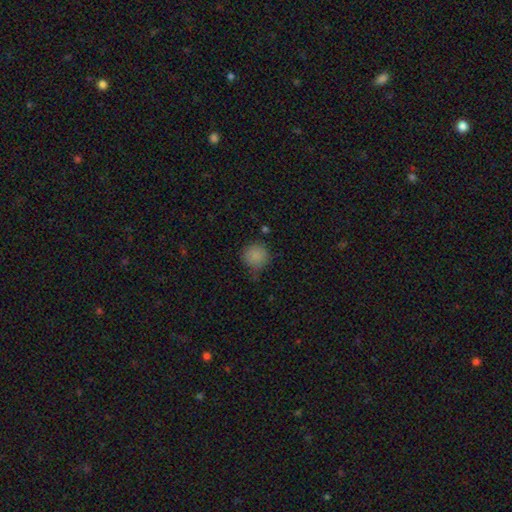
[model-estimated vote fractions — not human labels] smooth-or-featured: smooth: 86% | star or artifact: 10% | featured or disk: 5%
  how-rounded: round: 91% | in between: 8% | cigar-shaped: 1%
  merging: none: 68% | minor disturbance: 23% | major disturbance: 6% | merger: 3%